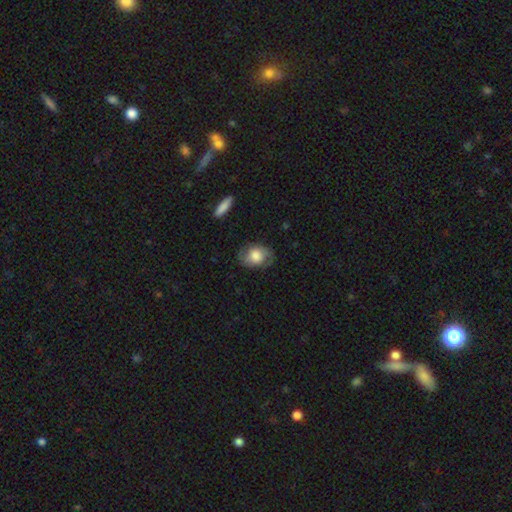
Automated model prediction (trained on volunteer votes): Morphology: type=smooth (49%); merging=none (75%).